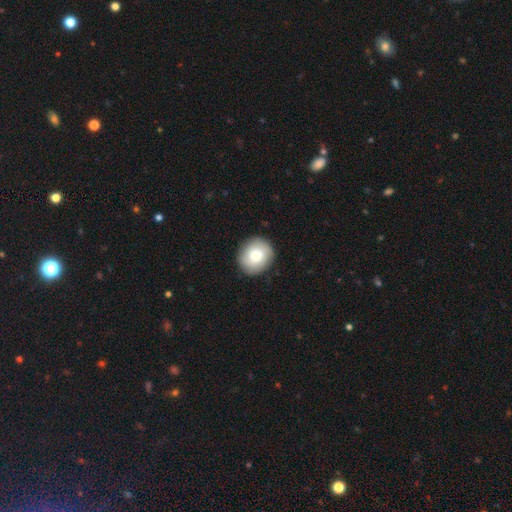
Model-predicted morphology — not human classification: smooth_or_featured: smooth (p=0.67) [alt: featured or disk p=0.25]
how_rounded: round (p=0.82) [alt: in between p=0.17]
merging: none (p=0.88) [alt: minor disturbance p=0.09]